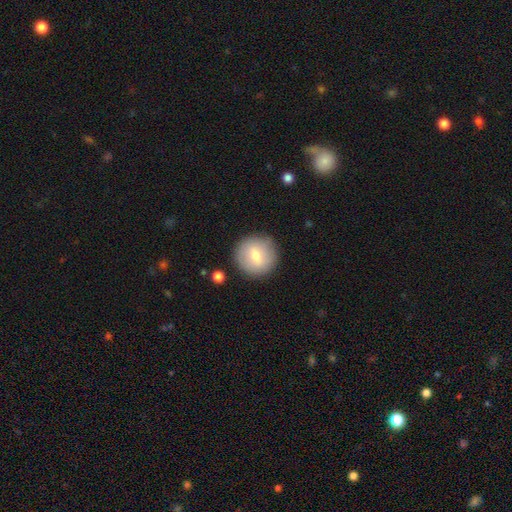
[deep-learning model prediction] Q: Smooth or featured?
A: smooth (70%); runner-up: featured or disk (22%)
Q: How rounded?
A: round (94%); runner-up: in between (5%)
Q: Merging?
A: none (88%); runner-up: minor disturbance (8%)